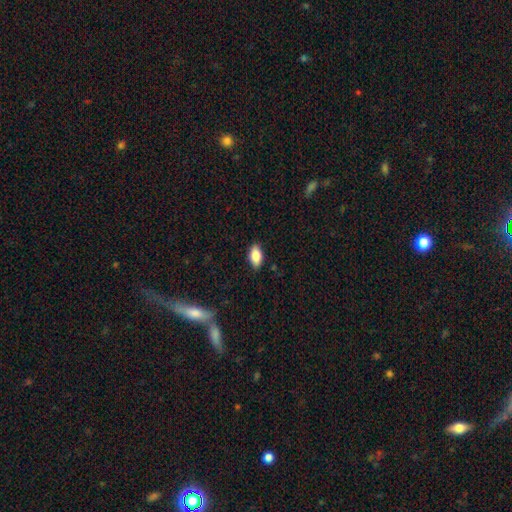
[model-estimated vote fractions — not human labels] smooth-or-featured: smooth: 85% | featured or disk: 8% | star or artifact: 7%
  how-rounded: in between: 91% | round: 5% | cigar-shaped: 4%
  merging: none: 86% | minor disturbance: 11% | major disturbance: 2% | merger: 1%